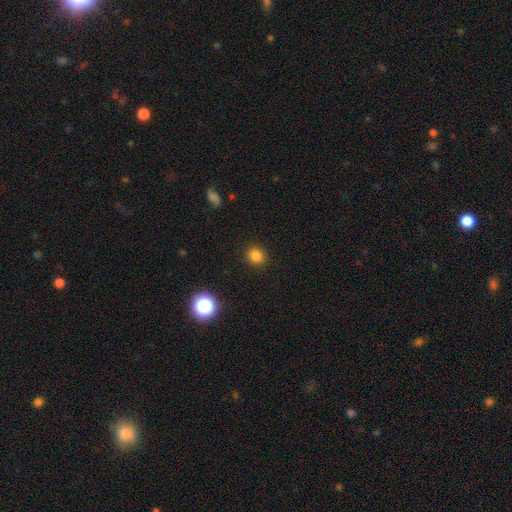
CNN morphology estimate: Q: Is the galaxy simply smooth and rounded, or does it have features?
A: smooth — 82%.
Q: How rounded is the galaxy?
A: round — 81%.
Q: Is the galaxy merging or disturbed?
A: none — 91%.